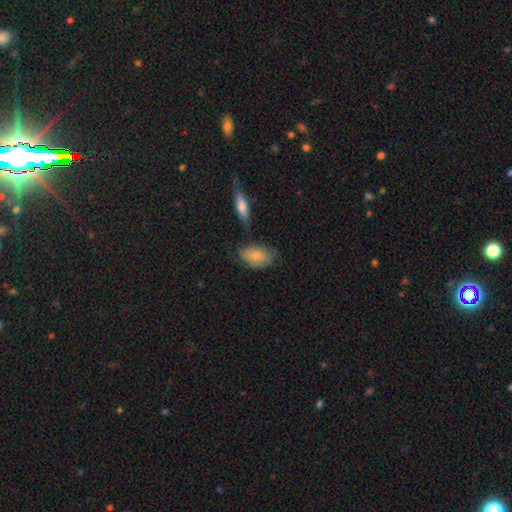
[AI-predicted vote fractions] This is clearly a smooth galaxy (82%). How rounded: clearly in between (92%). Merging: likely none (63%).